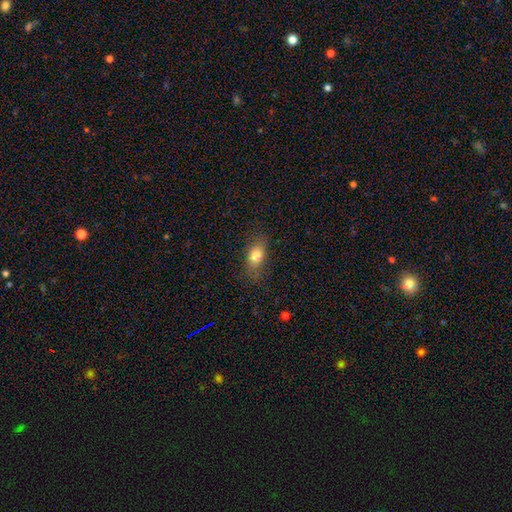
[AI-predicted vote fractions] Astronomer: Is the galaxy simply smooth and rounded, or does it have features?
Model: smooth — 79%.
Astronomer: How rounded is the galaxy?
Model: in between — 80%.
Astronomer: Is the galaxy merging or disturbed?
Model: none — 76%.